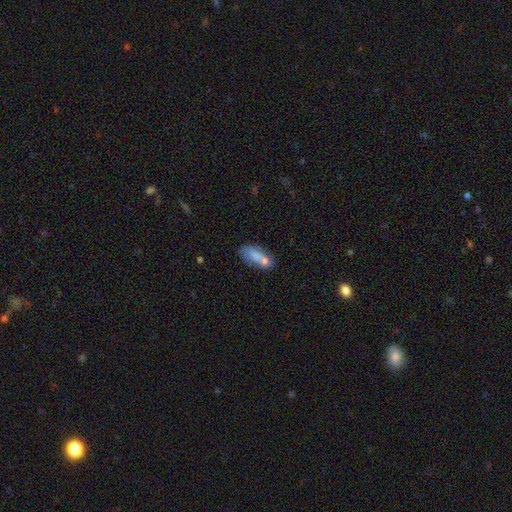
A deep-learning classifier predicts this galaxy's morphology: A smooth galaxy with no disk features (68%) that is in between round and cigar-shaped (82%). Merging: none (36%).